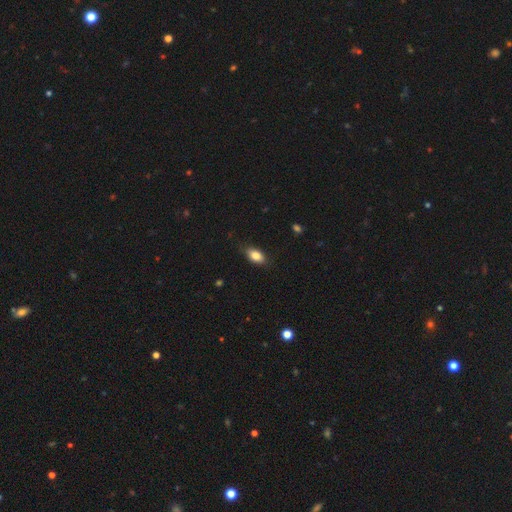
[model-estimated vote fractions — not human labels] Morphology: type=smooth (83%); roundness=in between (88%); merging=none (81%).